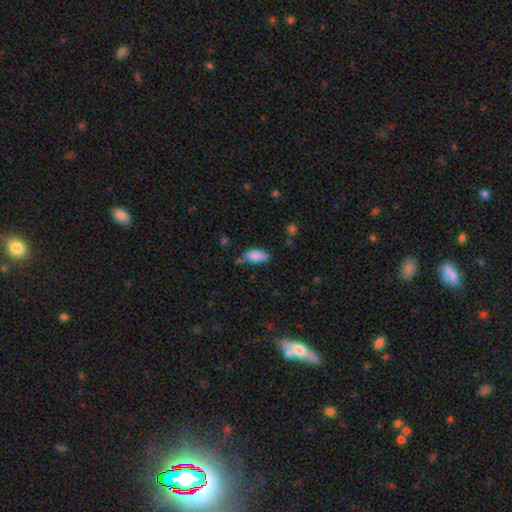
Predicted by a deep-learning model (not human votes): smooth 87%, star or artifact 7%, featured or disk 6%. Down the decision tree: how rounded — in between (87%); merging — none (66%).